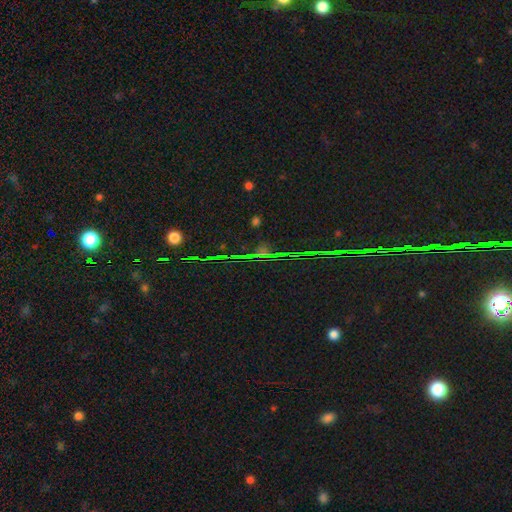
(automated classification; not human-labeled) Smooth or featured? Predicted: star or artifact (p=0.74).